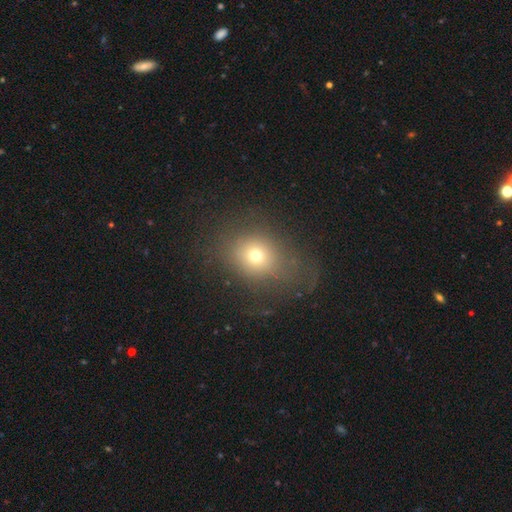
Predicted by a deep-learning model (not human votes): A smooth galaxy with no disk features (66%) that is round (65%). Merging: none (62%).